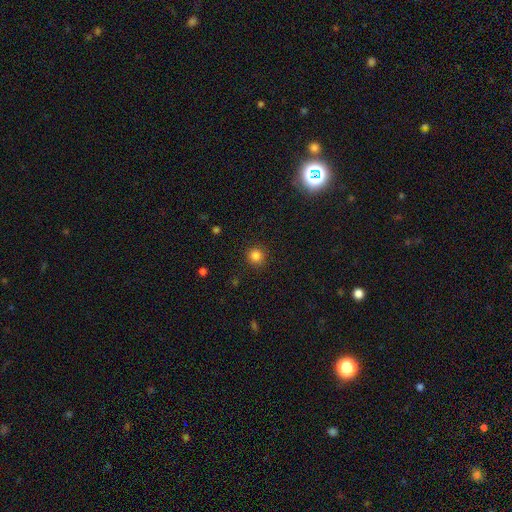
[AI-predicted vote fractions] smooth-or-featured: smooth: 84% | star or artifact: 12% | featured or disk: 4%
  how-rounded: round: 94% | in between: 6% | cigar-shaped: 1%
  merging: none: 90% | minor disturbance: 6% | major disturbance: 2% | merger: 1%